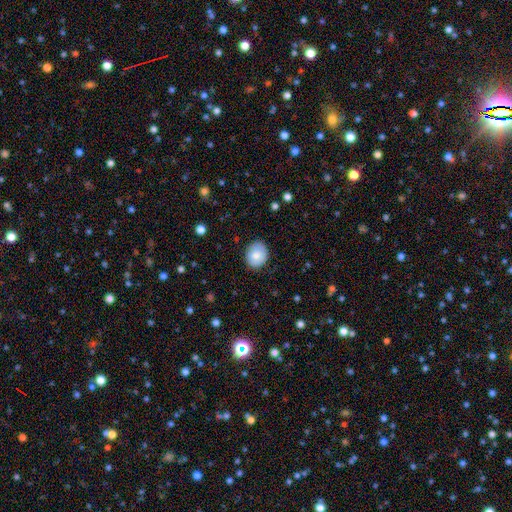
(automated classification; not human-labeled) Smooth or featured?
  - smooth: 79% *
  - featured or disk: 13%
  - star or artifact: 7%
How rounded?
  - round: 59% *
  - in between: 40%
  - cigar-shaped: 1%
Merging?
  - none: 83% *
  - minor disturbance: 13%
  - major disturbance: 2%
  - merger: 1%